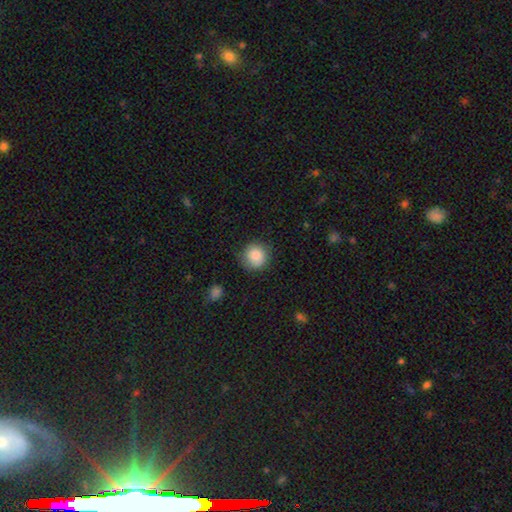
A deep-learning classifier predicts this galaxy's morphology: Smooth or featured? smooth (86%)
How rounded? round (90%)
Merging? none (81%)